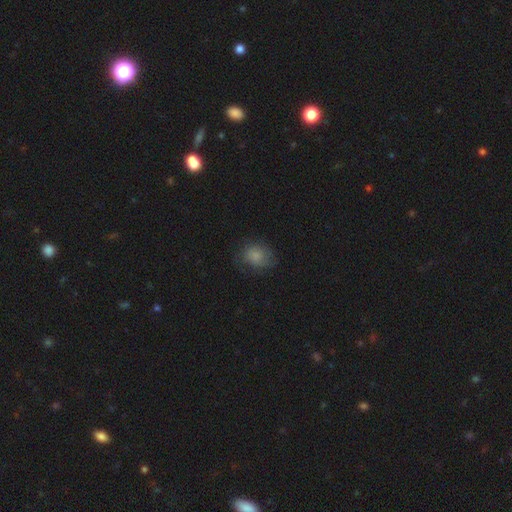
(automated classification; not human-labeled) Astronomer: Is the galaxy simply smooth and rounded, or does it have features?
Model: smooth — 74%.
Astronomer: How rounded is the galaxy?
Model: round — 62% (runner-up: in between, 37%).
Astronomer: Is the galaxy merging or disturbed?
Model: none — 64%.